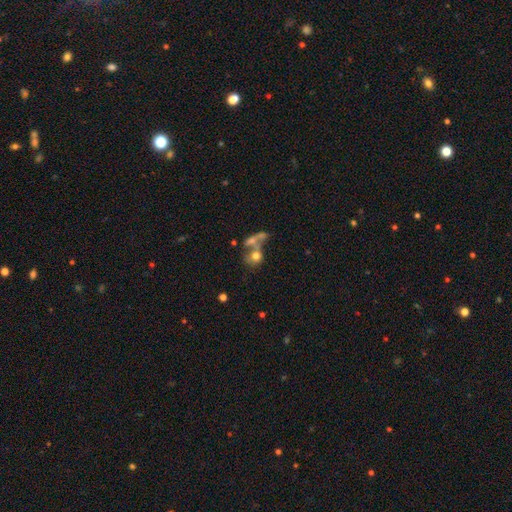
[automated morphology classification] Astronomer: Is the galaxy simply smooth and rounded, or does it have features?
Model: smooth — 60%.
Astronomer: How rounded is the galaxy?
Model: round — 60% (runner-up: in between, 37%).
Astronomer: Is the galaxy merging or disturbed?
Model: merger — 56%.